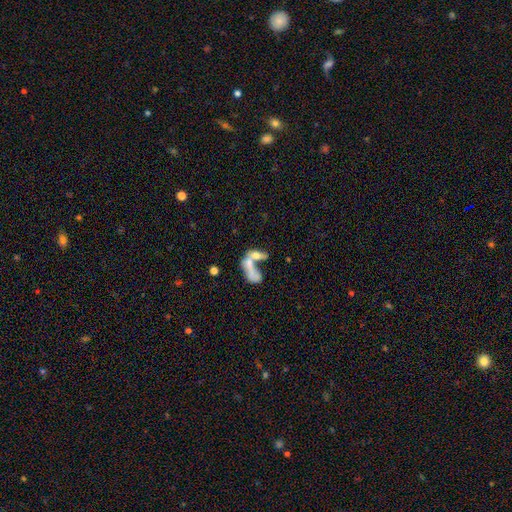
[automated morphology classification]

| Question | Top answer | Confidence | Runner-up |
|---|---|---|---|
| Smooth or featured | smooth | 55% | featured or disk (34%) |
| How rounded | in between | 72% | cigar-shaped (19%) |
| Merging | merger | 66% | none (15%) |